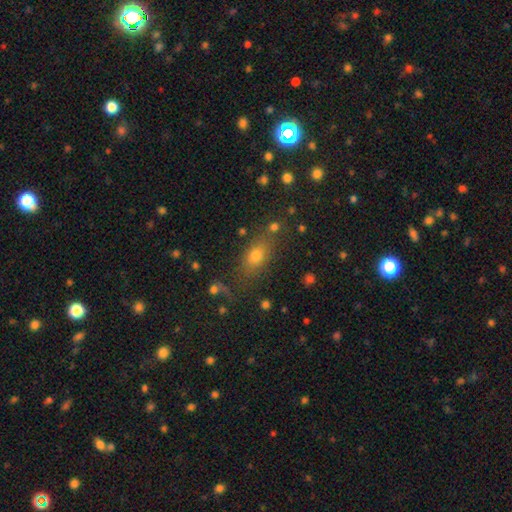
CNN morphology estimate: Q: Smooth or featured?
A: smooth (70%); runner-up: star or artifact (17%)
Q: How rounded?
A: in between (68%); runner-up: round (20%)
Q: Merging?
A: none (75%); runner-up: minor disturbance (14%)